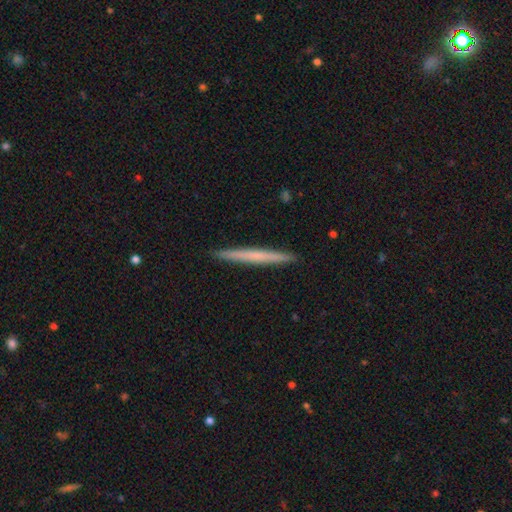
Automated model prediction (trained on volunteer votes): smooth 51%, featured or disk 43%, star or artifact 6%. Down the decision tree: how rounded — cigar-shaped (97%); merging — none (93%).